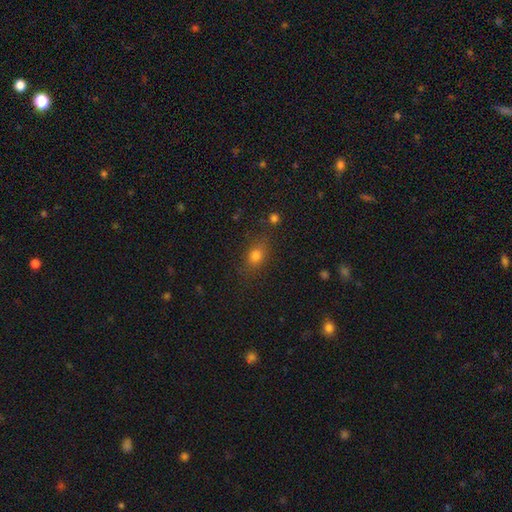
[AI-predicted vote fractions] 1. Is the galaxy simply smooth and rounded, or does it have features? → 76% smooth, 15% star or artifact, 9% featured or disk.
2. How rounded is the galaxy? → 62% in between, 34% round, 4% cigar-shaped.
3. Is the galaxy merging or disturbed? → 78% none, 14% minor disturbance, 5% major disturbance, 3% merger.